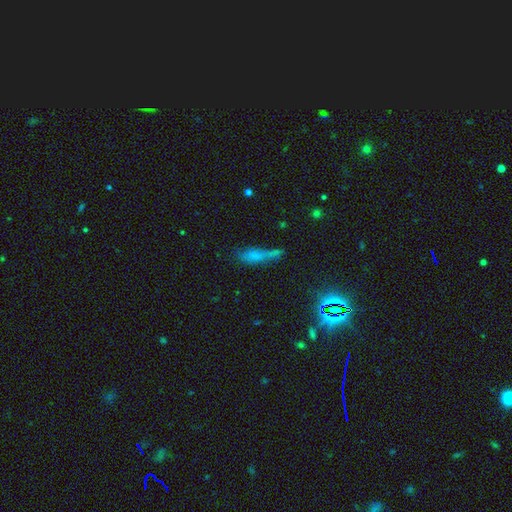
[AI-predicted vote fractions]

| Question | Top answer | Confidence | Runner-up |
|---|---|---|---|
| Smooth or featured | smooth | 59% | featured or disk (21%) |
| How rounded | cigar-shaped | 56% | in between (40%) |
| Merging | none | 43% | minor disturbance (26%) |